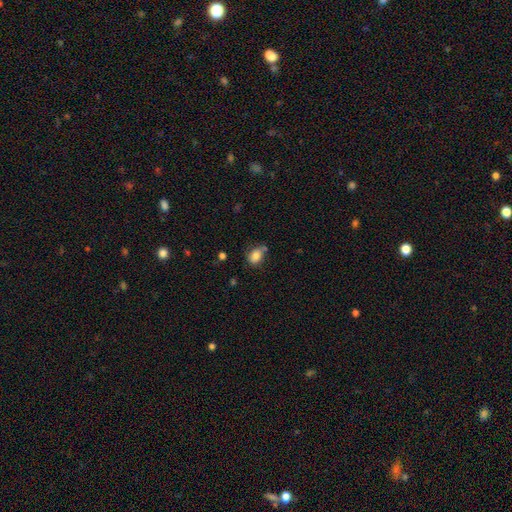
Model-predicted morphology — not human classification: Smooth or featured? Predicted: smooth (p=0.82). How rounded? Predicted: in between (p=0.69). Merging? Predicted: none (p=0.54).